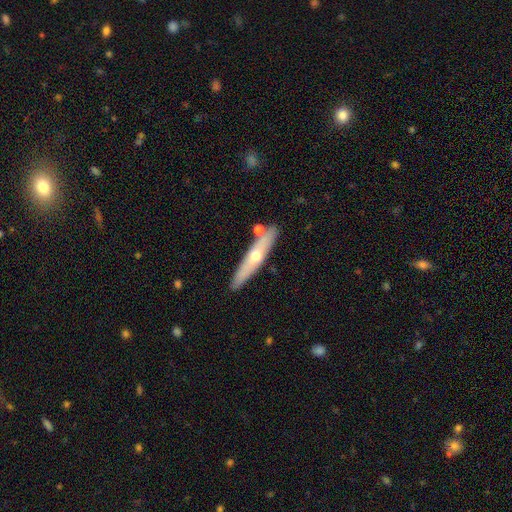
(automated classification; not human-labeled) The model was most divided on "smooth or featured": featured or disk: 53%, smooth: 41%, star or artifact: 6%. More confident: merging — none (83%); edge-on disk — yes (79%).